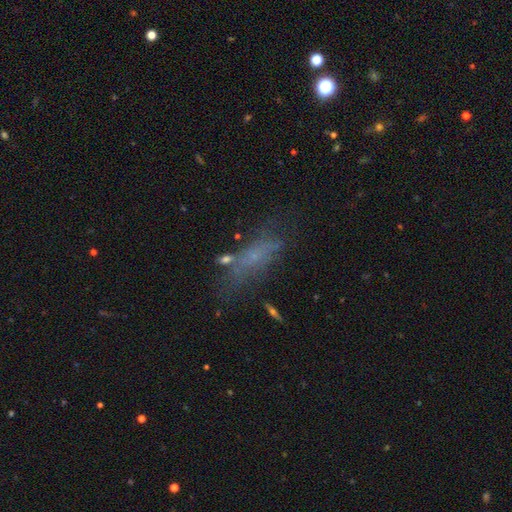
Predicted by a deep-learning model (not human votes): Overall: smooth (50%; featured or disk 31%). How rounded: in between (50%; cigar-shaped 46%). Merging: none (52%; minor disturbance 23%).